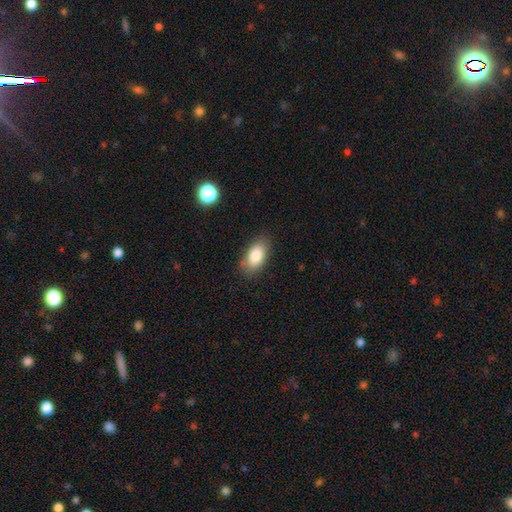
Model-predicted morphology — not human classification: smooth_or_featured: smooth (p=0.83) [alt: featured or disk p=0.10]
how_rounded: in between (p=0.91) [alt: round p=0.05]
merging: none (p=0.82) [alt: minor disturbance p=0.13]